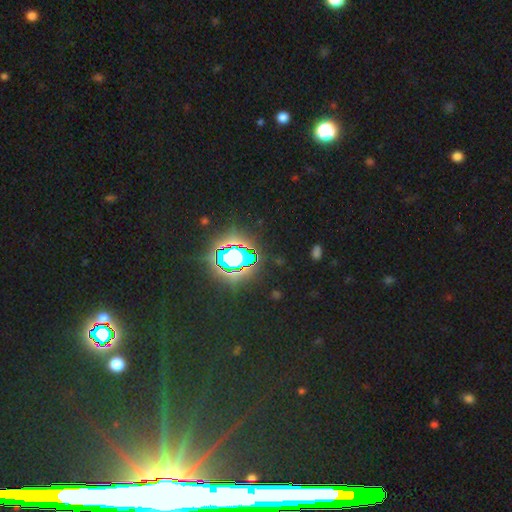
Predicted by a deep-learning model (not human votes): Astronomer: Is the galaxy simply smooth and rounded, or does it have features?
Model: star or artifact — 82%.